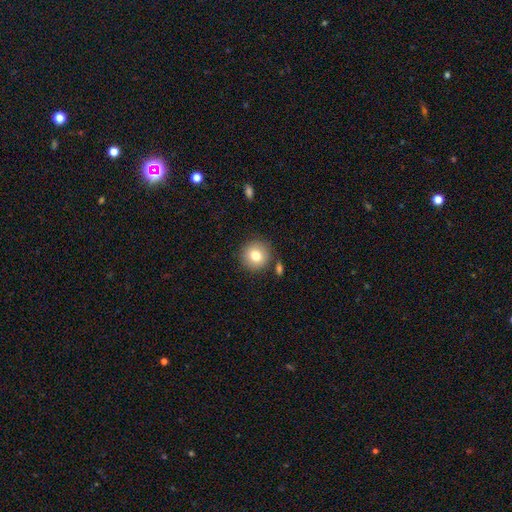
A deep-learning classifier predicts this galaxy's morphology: smooth_or_featured: smooth (p=0.80) [alt: featured or disk p=0.11]
how_rounded: round (p=0.93) [alt: in between p=0.06]
merging: none (p=0.83) [alt: minor disturbance p=0.09]